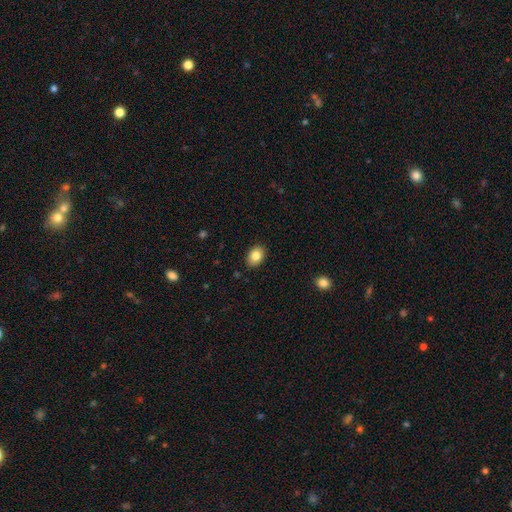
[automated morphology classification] This is clearly a smooth galaxy (84%). How rounded: likely in between (72%). Merging: clearly none (87%).